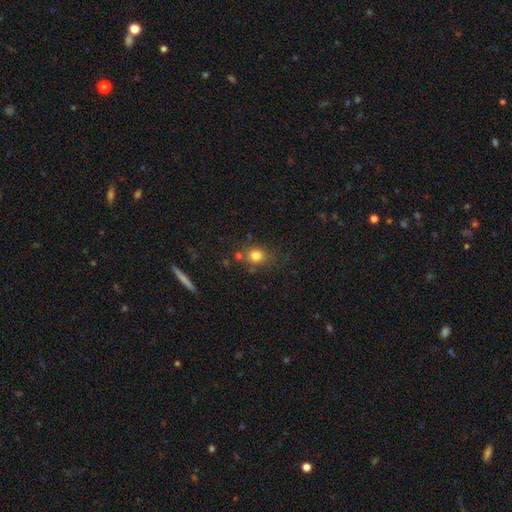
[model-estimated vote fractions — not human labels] Smooth or featured: smooth — 80% (star or artifact — 12%)
How rounded: round — 69% (in between — 29%)
Merging: none — 72% (minor disturbance — 15%)